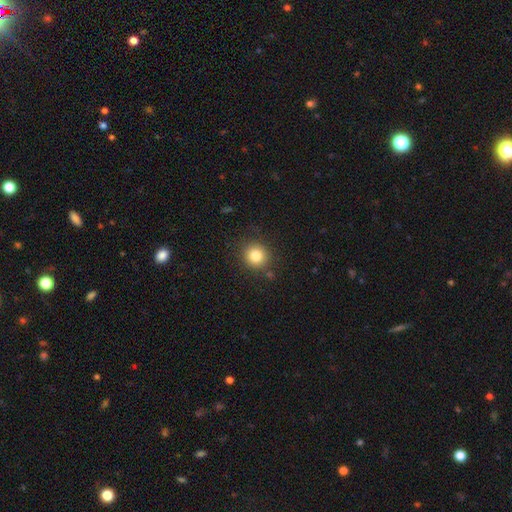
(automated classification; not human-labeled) This is clearly a smooth galaxy (82%). How rounded: clearly round (90%). Merging: clearly none (86%).